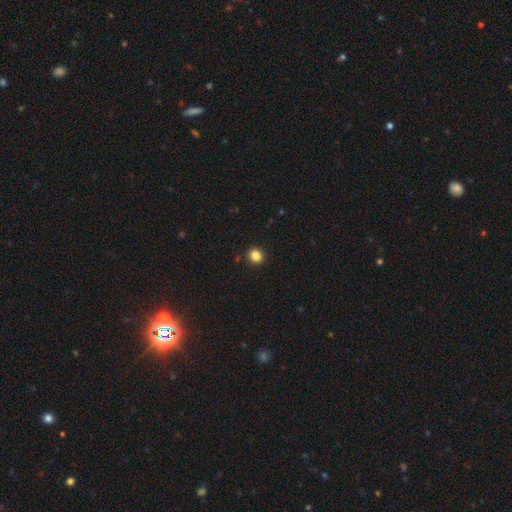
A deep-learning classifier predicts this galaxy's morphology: Smooth or featured?
  - smooth: 84% *
  - star or artifact: 11%
  - featured or disk: 4%
How rounded?
  - round: 80% *
  - in between: 19%
  - cigar-shaped: 1%
Merging?
  - none: 92% *
  - minor disturbance: 5%
  - major disturbance: 2%
  - merger: 1%